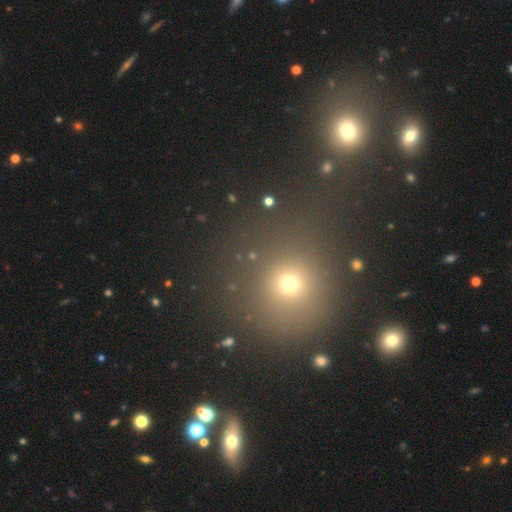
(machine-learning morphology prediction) Smooth or featured: smooth — 50% (star or artifact — 41%)
How rounded: round — 92% (in between — 7%)
Merging: none — 77% (merger — 9%)